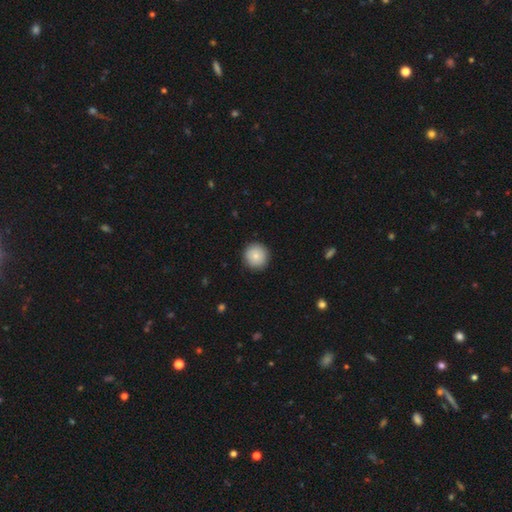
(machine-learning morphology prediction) A smooth galaxy with no disk features (83%) that is round (95%).

Vote fractions:
- Smooth or featured? smooth: 83% / featured or disk: 9% / star or artifact: 8%
- How rounded? round: 95% / in between: 4% / cigar-shaped: 1%
- Merging? none: 91% / minor disturbance: 7% / major disturbance: 2% / merger: 1%